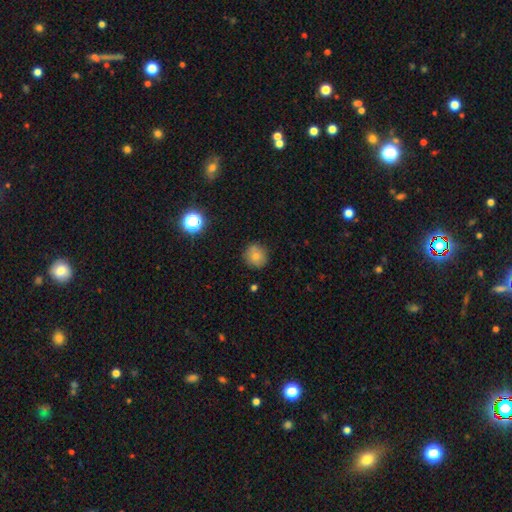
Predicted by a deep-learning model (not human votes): Smooth or featured?
  - smooth: 76% *
  - star or artifact: 13%
  - featured or disk: 11%
How rounded?
  - round: 90% *
  - in between: 9%
  - cigar-shaped: 1%
Merging?
  - none: 84% *
  - minor disturbance: 11%
  - major disturbance: 2%
  - merger: 2%